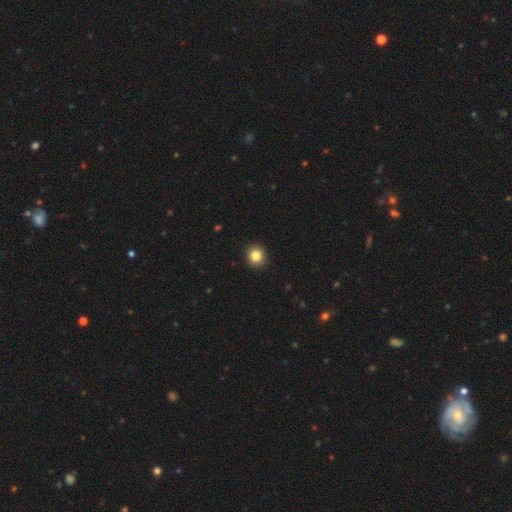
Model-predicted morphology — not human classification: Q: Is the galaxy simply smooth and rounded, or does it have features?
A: smooth — 84%.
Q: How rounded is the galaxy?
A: round — 91%.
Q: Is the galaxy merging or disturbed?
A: none — 93%.